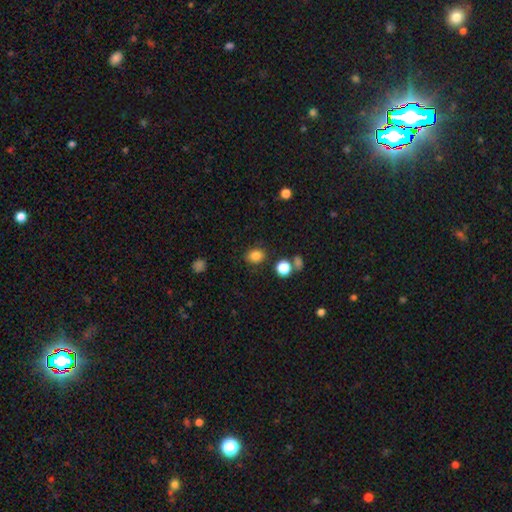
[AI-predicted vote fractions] A smooth galaxy with no disk features (84%) that is round (61%). Merging: none (82%).